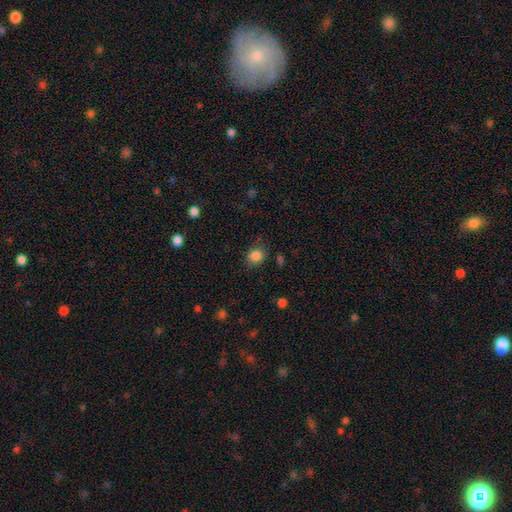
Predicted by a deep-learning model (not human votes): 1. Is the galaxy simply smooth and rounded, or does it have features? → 84% smooth, 11% star or artifact, 5% featured or disk.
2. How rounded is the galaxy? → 72% round, 27% in between, 1% cigar-shaped.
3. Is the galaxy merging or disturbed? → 80% none, 14% minor disturbance, 4% major disturbance, 2% merger.